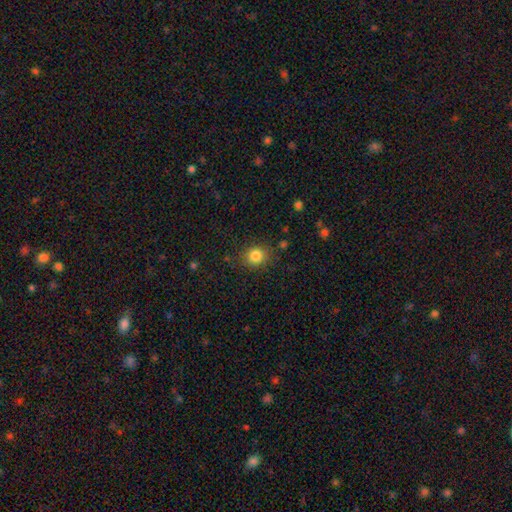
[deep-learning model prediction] smooth 84%, star or artifact 11%, featured or disk 5%. Down the decision tree: how rounded — round (78%); merging — none (85%).